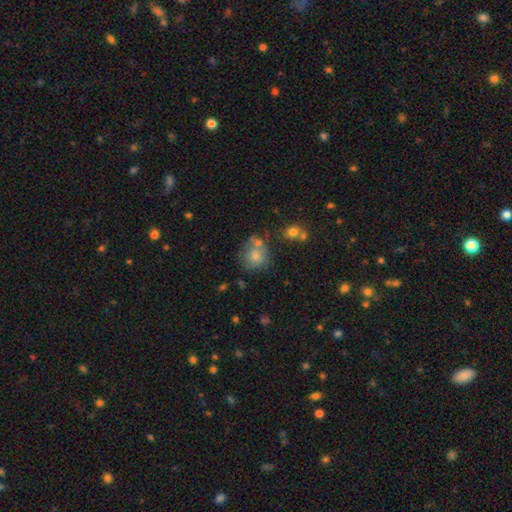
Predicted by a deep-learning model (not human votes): This appears to be a smooth galaxy with no disk features (70%) that is round (79%). Merging: none (47%).